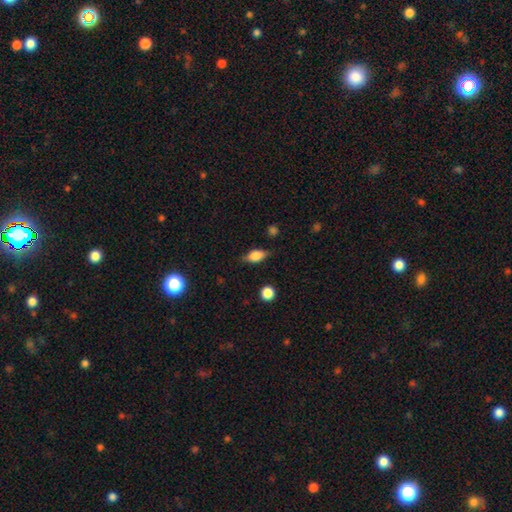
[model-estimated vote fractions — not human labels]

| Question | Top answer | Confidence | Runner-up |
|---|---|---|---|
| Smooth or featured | smooth | 70% | featured or disk (21%) |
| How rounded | in between | 81% | cigar-shaped (11%) |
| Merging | none | 77% | minor disturbance (18%) |